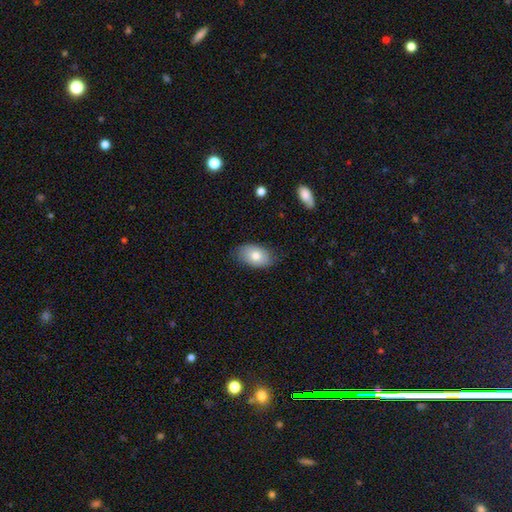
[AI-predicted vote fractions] Smooth or featured? smooth (75%)
How rounded? in between (90%)
Merging? none (77%)